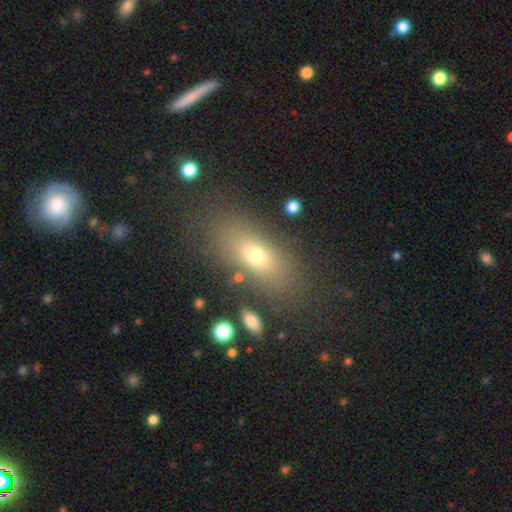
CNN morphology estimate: Smooth or featured?
  - smooth: 67% *
  - featured or disk: 19%
  - star or artifact: 14%
How rounded?
  - in between: 75% *
  - cigar-shaped: 15%
  - round: 10%
Merging?
  - none: 80% *
  - minor disturbance: 11%
  - major disturbance: 5%
  - merger: 3%